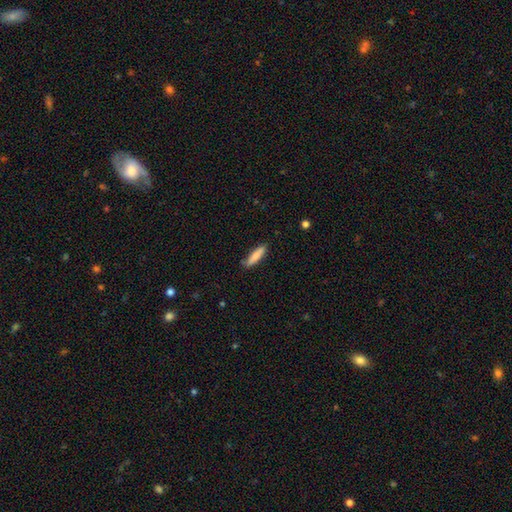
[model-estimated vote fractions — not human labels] Smooth or featured: smooth — 82% (featured or disk — 12%)
How rounded: cigar-shaped — 78% (in between — 20%)
Merging: none — 81% (minor disturbance — 15%)